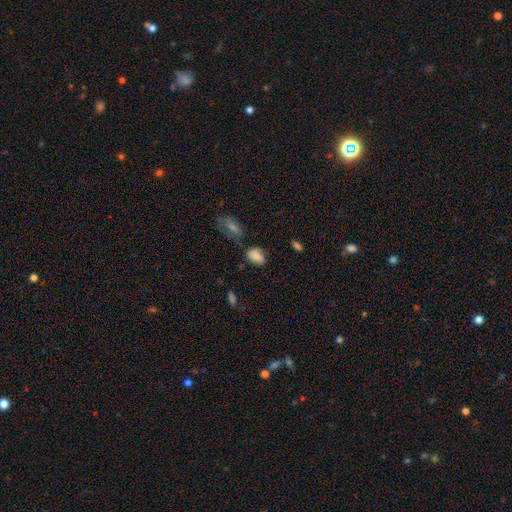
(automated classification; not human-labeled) Morphology: type=smooth (77%); roundness=in between (85%); merging=none (55%).